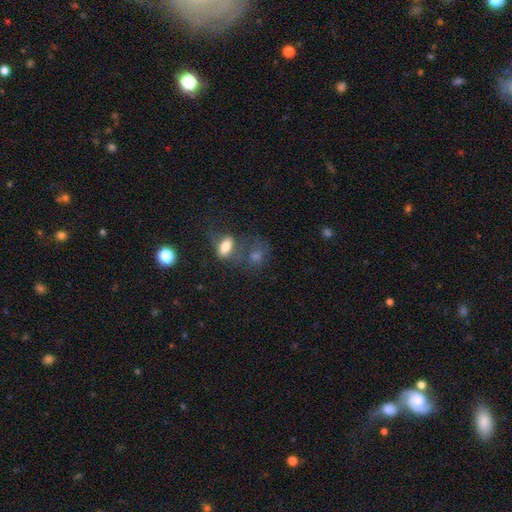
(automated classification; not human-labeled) smooth-or-featured: smooth: 61% | star or artifact: 20% | featured or disk: 19%
  how-rounded: in between: 59% | round: 36% | cigar-shaped: 5%
  merging: none: 38% | merger: 33% | minor disturbance: 15% | major disturbance: 14%